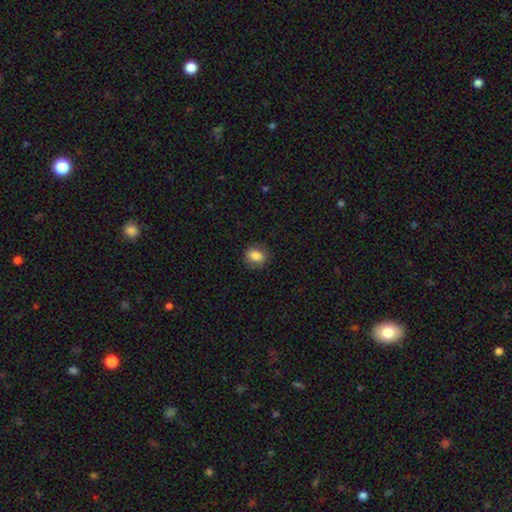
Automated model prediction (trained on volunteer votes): Smooth or featured? smooth (83%)
How rounded? in between (53%)
Merging? none (81%)